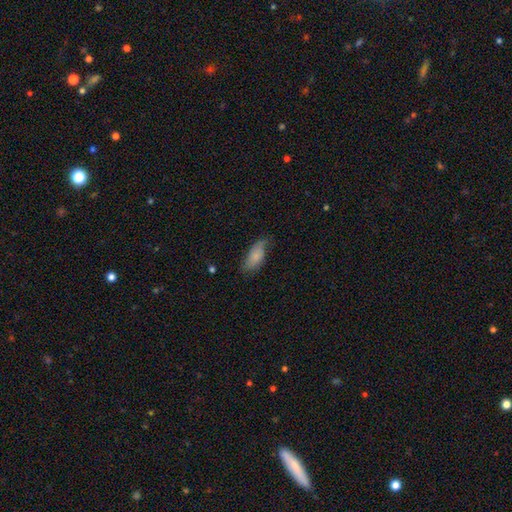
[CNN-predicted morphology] Overall: smooth (76%). How rounded: in between (86%). Merging: none (57%; minor disturbance 32%).